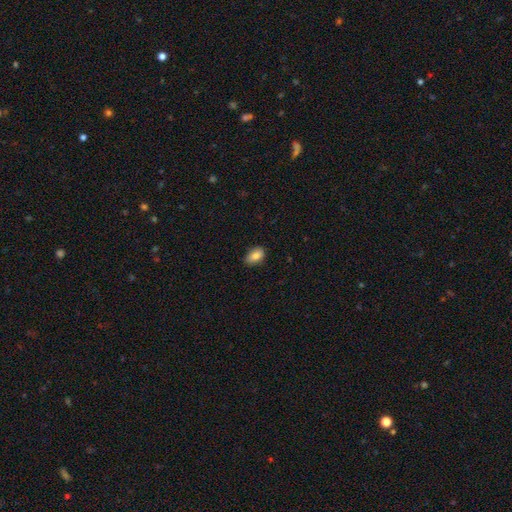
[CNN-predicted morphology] Smooth or featured? Predicted: smooth (p=0.84). How rounded? Predicted: in between (p=0.88). Merging? Predicted: none (p=0.83).